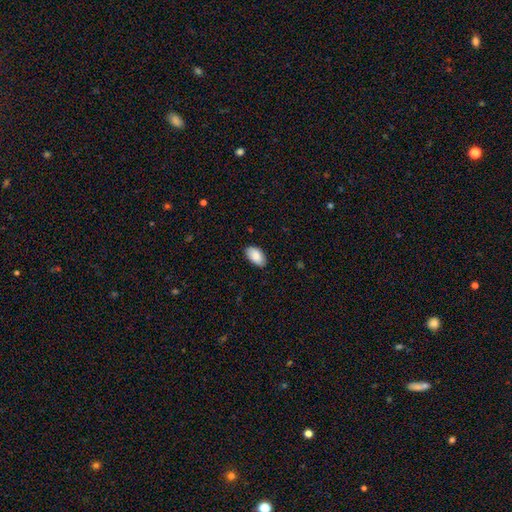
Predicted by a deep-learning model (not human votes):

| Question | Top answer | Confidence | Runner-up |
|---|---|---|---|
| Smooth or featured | smooth | 88% | featured or disk (6%) |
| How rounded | in between | 96% | round (3%) |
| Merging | none | 85% | minor disturbance (12%) |